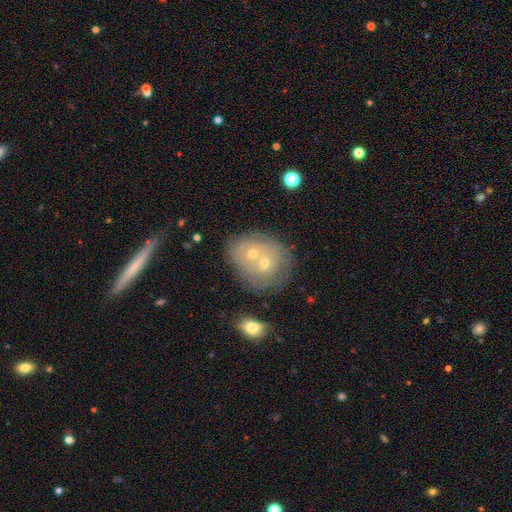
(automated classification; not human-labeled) smooth-or-featured: featured or disk: 52% | smooth: 37% | star or artifact: 11%
  disk-edge-on: no: 94% | yes: 6%
  merging: merger: 47% | none: 38% | minor disturbance: 10% | major disturbance: 4%